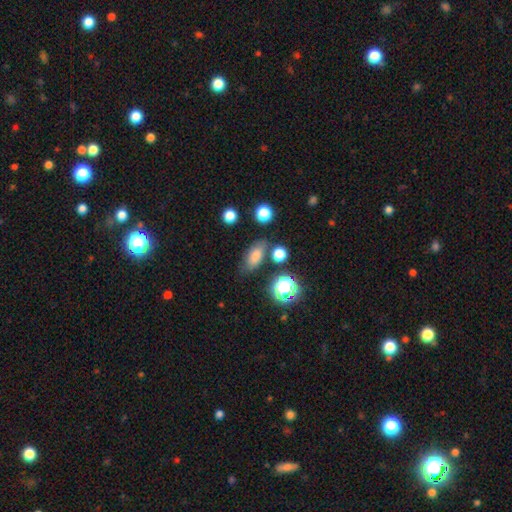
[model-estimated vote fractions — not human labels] A smooth galaxy with no disk features (73%) that is in between round and cigar-shaped (78%). Merging: none (74%).